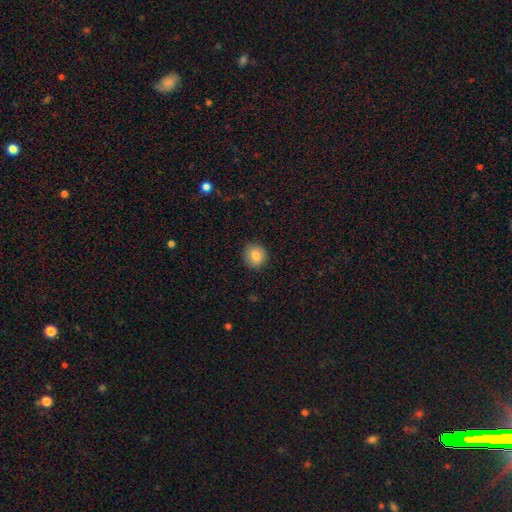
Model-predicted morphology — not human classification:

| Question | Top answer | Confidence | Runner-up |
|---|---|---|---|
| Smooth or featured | smooth | 83% | star or artifact (9%) |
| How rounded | round | 90% | in between (9%) |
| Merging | none | 89% | minor disturbance (8%) |